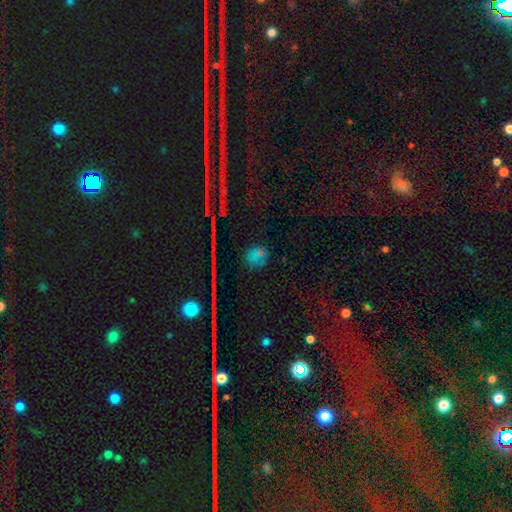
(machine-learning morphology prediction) type=smooth (51%); roundness=round (59%); merging=none (74%).